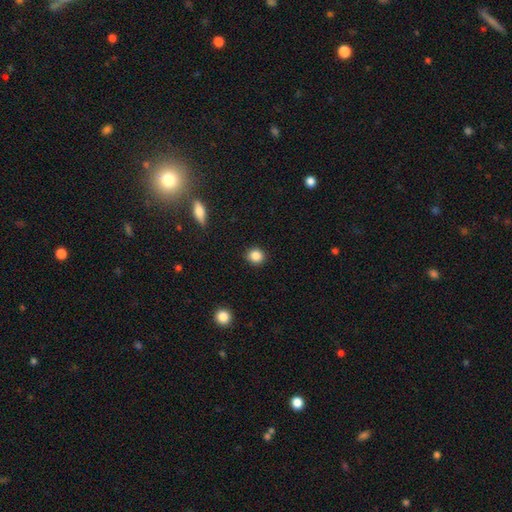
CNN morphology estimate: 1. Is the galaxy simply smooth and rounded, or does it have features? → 87% smooth, 10% star or artifact, 3% featured or disk.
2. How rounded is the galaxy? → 86% round, 13% in between, 1% cigar-shaped.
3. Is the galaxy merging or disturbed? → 90% none, 7% minor disturbance, 2% major disturbance, 1% merger.